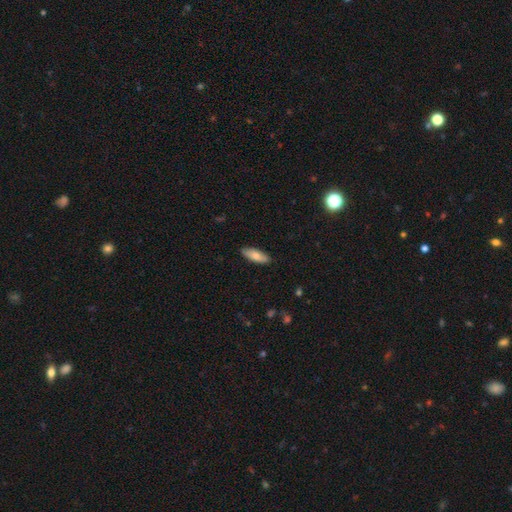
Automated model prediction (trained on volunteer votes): This appears to be a smooth galaxy with no disk features (81%) that is in between round and cigar-shaped (68%). Merging: none (87%).